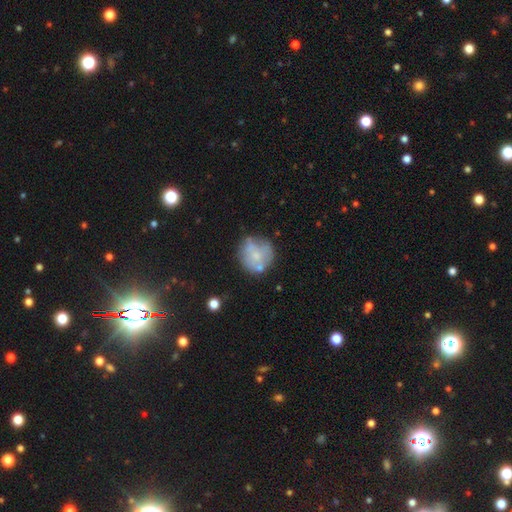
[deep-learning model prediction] Smooth or featured: smooth — 52% (featured or disk — 39%)
How rounded: round — 84% (in between — 15%)
Merging: none — 54% (minor disturbance — 24%)